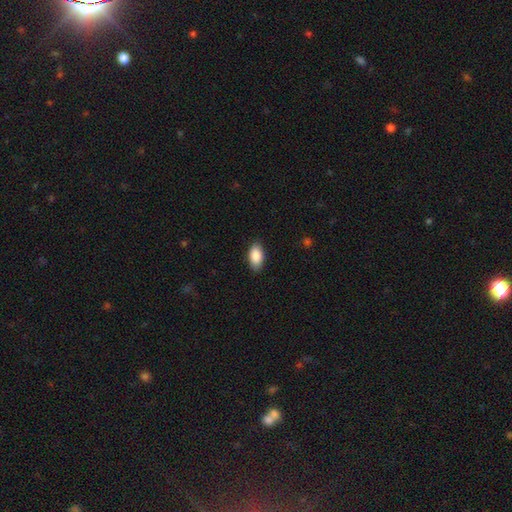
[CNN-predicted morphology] The model was most divided on "merging": none: 87%, minor disturbance: 10%, major disturbance: 2%, merger: 1%. More confident: how rounded — in between (94%); smooth or featured — smooth (88%).